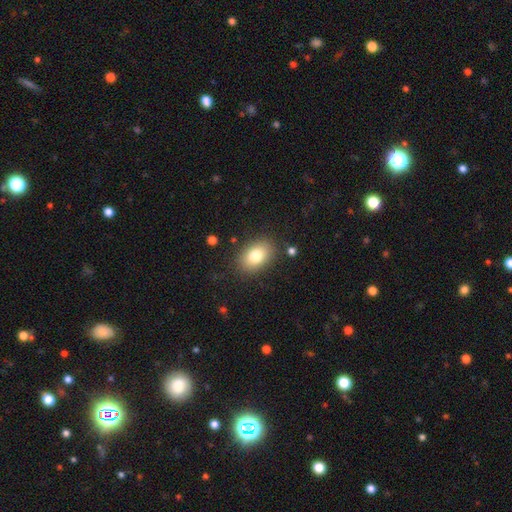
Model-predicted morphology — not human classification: A smooth galaxy with no disk features (80%) that is in between round and cigar-shaped (85%).

Vote fractions:
- Smooth or featured? smooth: 80% / featured or disk: 12% / star or artifact: 8%
- How rounded? in between: 85% / round: 14% / cigar-shaped: 1%
- Merging? none: 85% / minor disturbance: 10% / major disturbance: 3% / merger: 2%